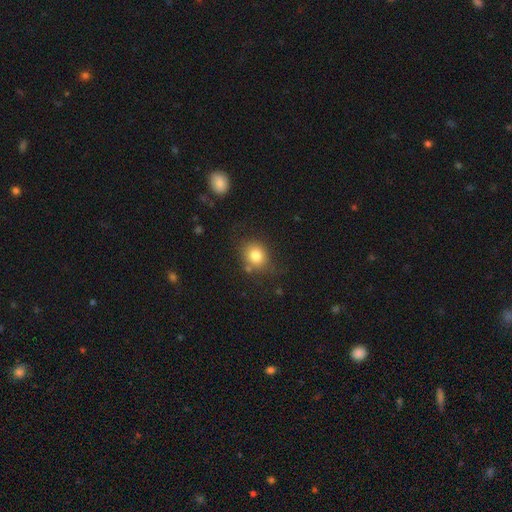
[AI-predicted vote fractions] A smooth galaxy with no disk features (80%) that is round (68%).

Vote fractions:
- Smooth or featured? smooth: 80% / star or artifact: 11% / featured or disk: 9%
- How rounded? round: 68% / in between: 31% / cigar-shaped: 1%
- Merging? none: 73% / minor disturbance: 17% / major disturbance: 5% / merger: 5%